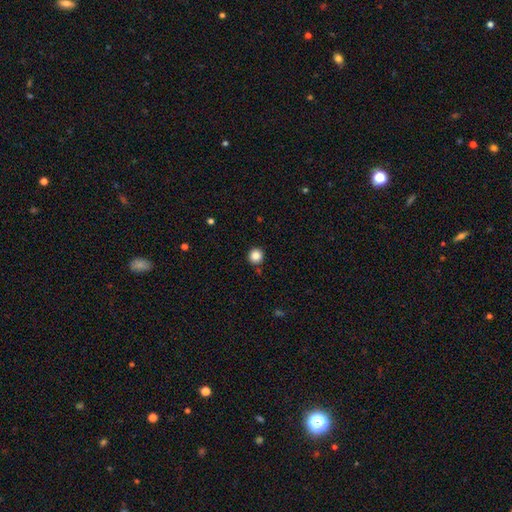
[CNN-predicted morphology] type=smooth (85%); roundness=round (94%); merging=none (90%).